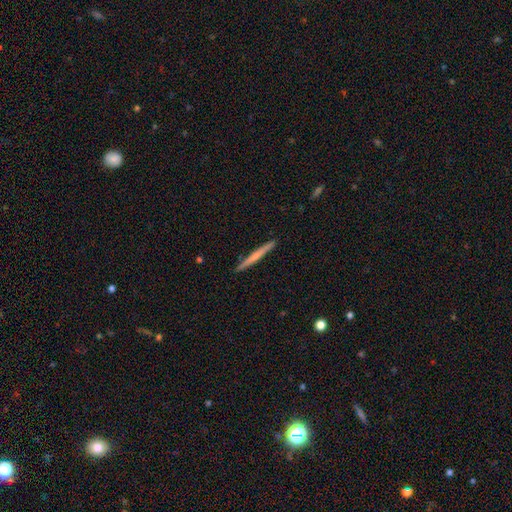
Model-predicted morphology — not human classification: type=smooth (50%); roundness=cigar-shaped (97%); merging=none (92%).